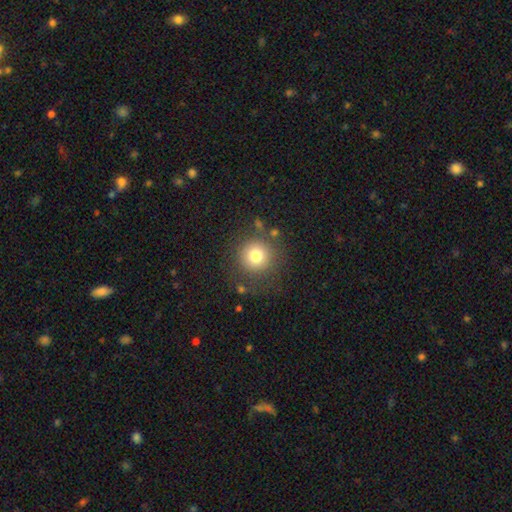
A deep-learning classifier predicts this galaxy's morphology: A smooth galaxy with no disk features (77%) that is round (95%). Merging: none (79%).